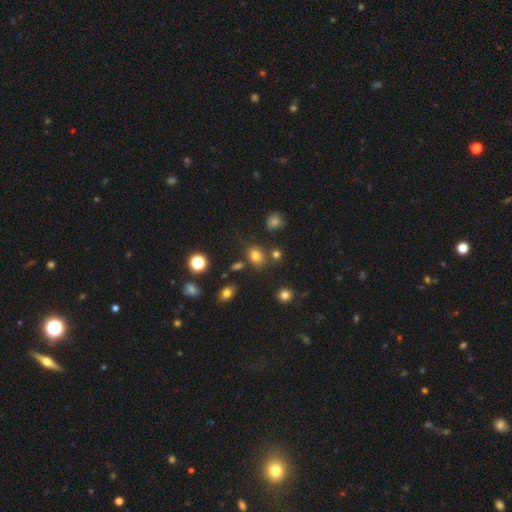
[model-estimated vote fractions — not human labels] Q: Smooth or featured?
A: smooth (76%); runner-up: star or artifact (15%)
Q: How rounded?
A: in between (67%); runner-up: round (32%)
Q: Merging?
A: none (72%); runner-up: minor disturbance (14%)